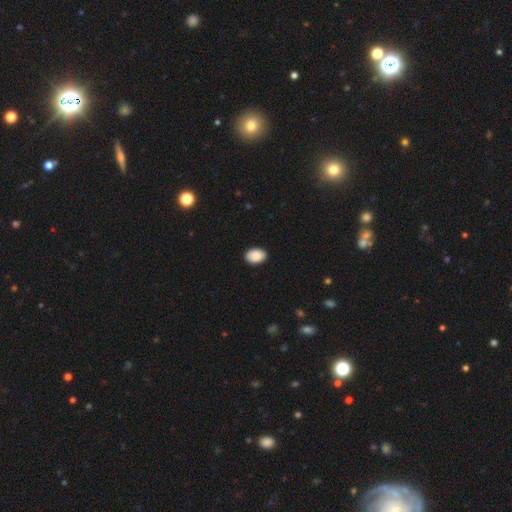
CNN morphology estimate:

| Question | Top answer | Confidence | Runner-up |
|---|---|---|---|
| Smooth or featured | smooth | 90% | star or artifact (7%) |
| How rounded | in between | 82% | round (17%) |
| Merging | none | 89% | minor disturbance (8%) |